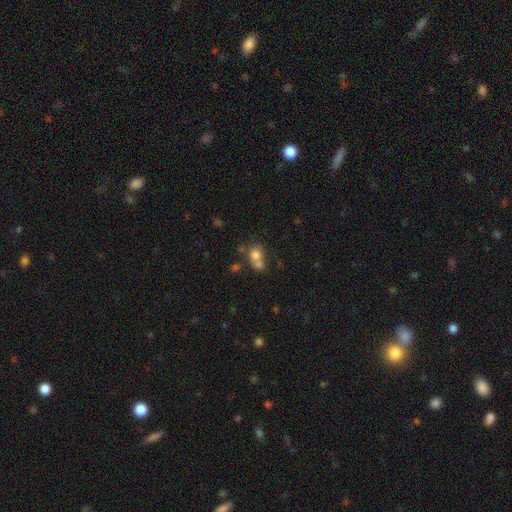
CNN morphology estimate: This is likely a smooth galaxy (73%). How rounded: likely round (73%). Merging: possibly merger (54%).